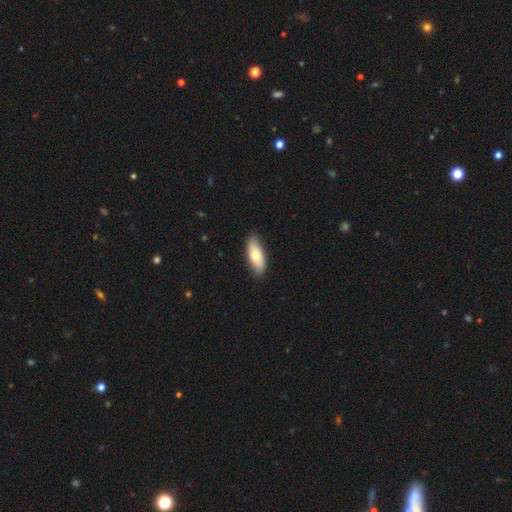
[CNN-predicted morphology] A smooth galaxy with no disk features (70%) that is in between round and cigar-shaped (69%). Merging: none (86%).